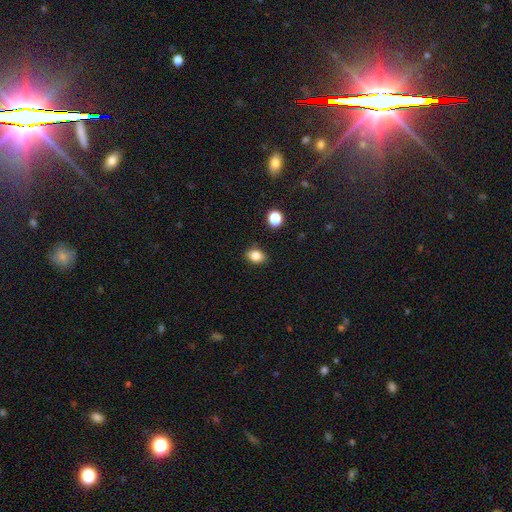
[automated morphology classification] Smooth or featured: smooth — 82% (star or artifact — 11%)
How rounded: in between — 72% (round — 27%)
Merging: none — 84% (minor disturbance — 11%)